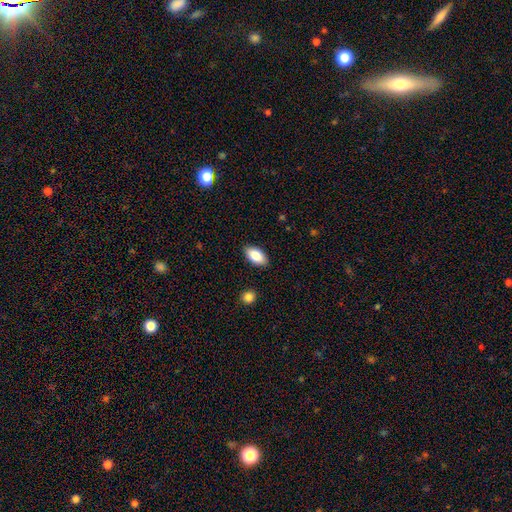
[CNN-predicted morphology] A smooth galaxy with no disk features (85%) that is in between round and cigar-shaped (93%). Merging: none (88%).